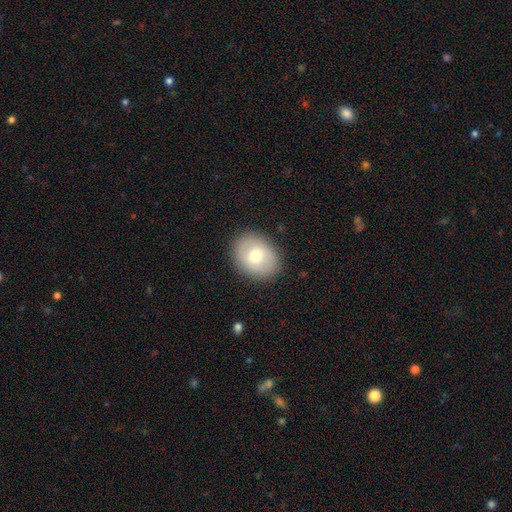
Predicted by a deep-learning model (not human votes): Q: Smooth or featured?
A: smooth (66%); runner-up: featured or disk (27%)
Q: How rounded?
A: in between (53%); runner-up: round (46%)
Q: Merging?
A: none (86%); runner-up: minor disturbance (9%)